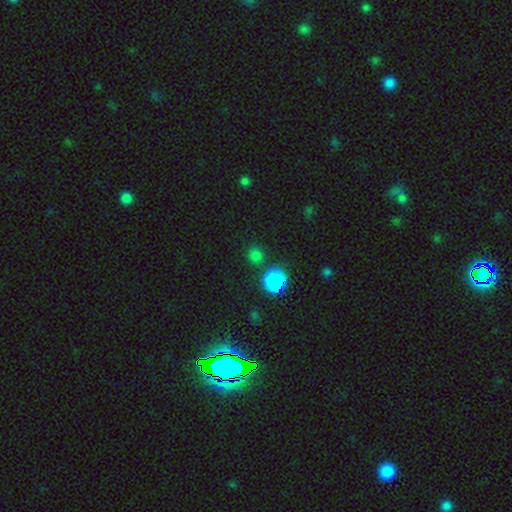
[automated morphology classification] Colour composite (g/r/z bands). It shows a smooth galaxy with no disk features (76%) that is round (89%). Merging: none (78%).